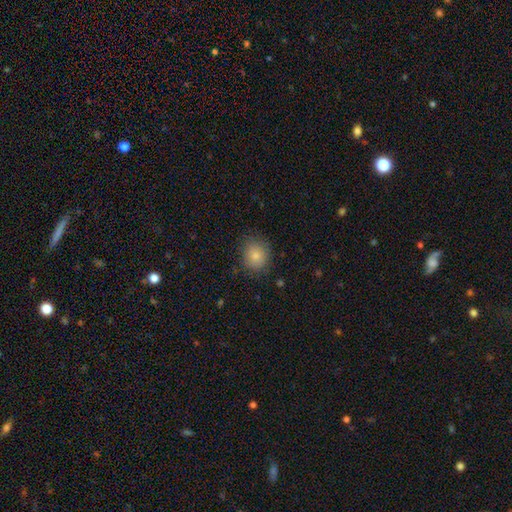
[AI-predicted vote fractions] Overall: smooth (83%). How rounded: round (76%). Merging: none (82%).